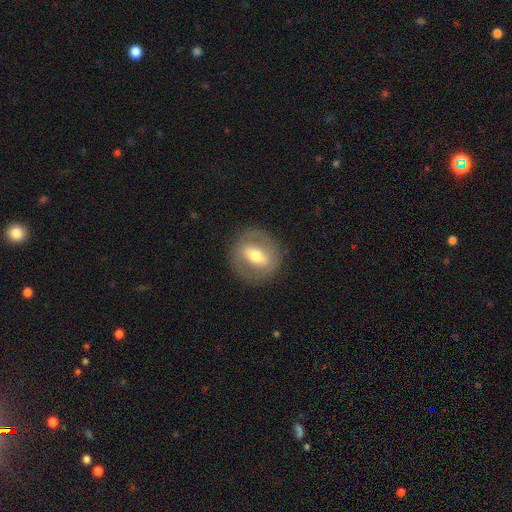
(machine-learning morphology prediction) smooth_or_featured: featured or disk (p=0.52) [alt: smooth p=0.41]
disk_edge_on: no (p=0.84) [alt: yes p=0.16]
merging: none (p=0.84) [alt: minor disturbance p=0.10]